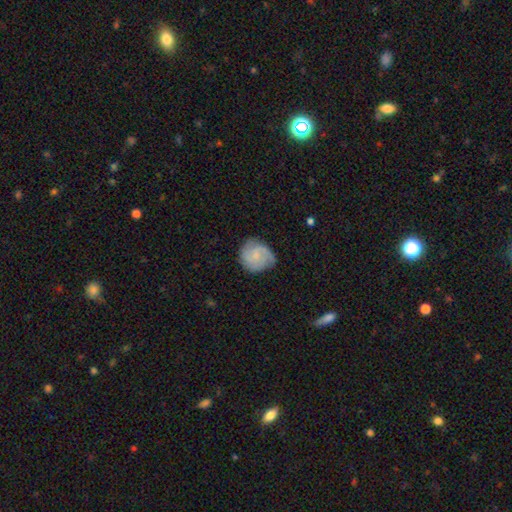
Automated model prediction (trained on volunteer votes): A featured or disk galaxy (49%). Merging: none (66%).